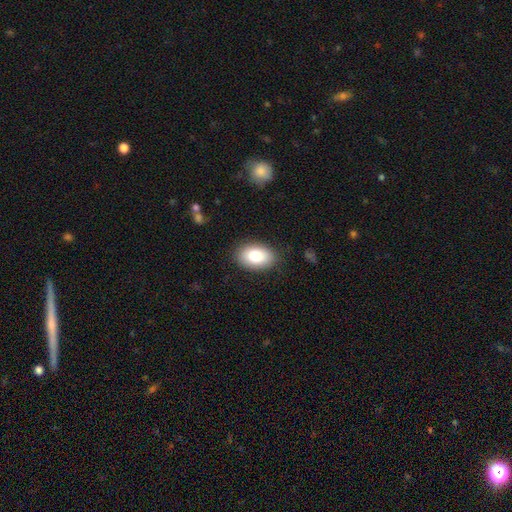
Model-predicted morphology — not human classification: Smooth or featured: smooth — 80% (featured or disk — 12%)
How rounded: in between — 89% (round — 10%)
Merging: none — 85% (minor disturbance — 11%)